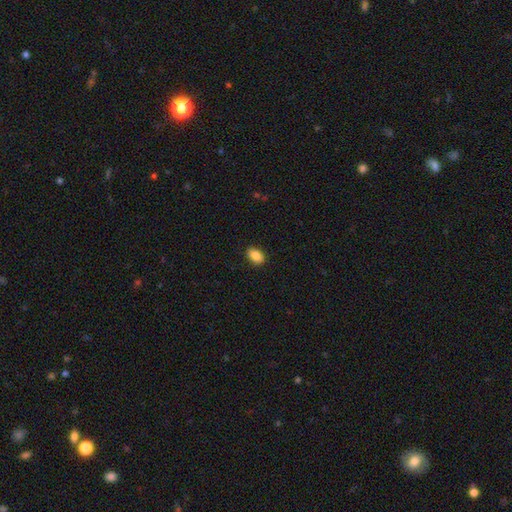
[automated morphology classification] Smooth or featured: smooth — 88% (star or artifact — 8%)
How rounded: in between — 89% (round — 9%)
Merging: none — 89% (minor disturbance — 8%)